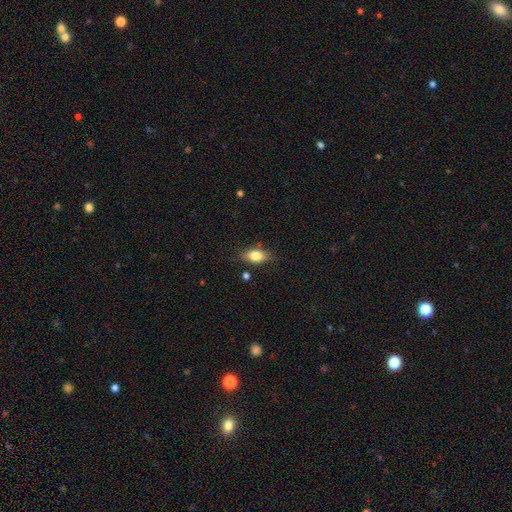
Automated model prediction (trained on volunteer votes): Q: Smooth or featured?
A: smooth (81%); runner-up: featured or disk (11%)
Q: How rounded?
A: in between (85%); runner-up: round (9%)
Q: Merging?
A: none (80%); runner-up: minor disturbance (14%)